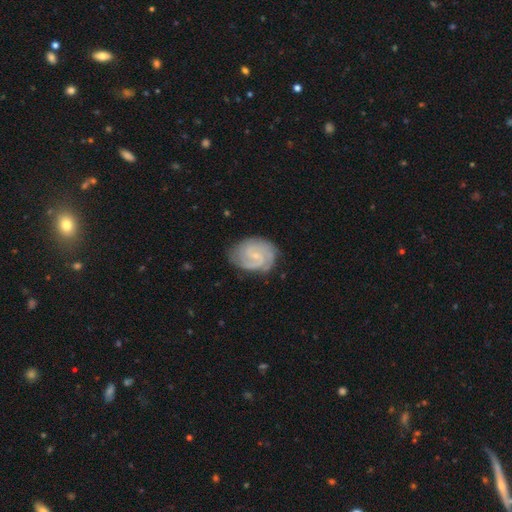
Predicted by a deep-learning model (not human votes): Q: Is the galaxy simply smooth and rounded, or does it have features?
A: featured or disk — 87%.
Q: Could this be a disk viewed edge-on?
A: no — 98%.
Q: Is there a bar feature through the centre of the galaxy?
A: weak — 46%, tied with no.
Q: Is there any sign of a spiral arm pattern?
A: yes — 98%.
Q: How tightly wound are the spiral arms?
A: tight — 56%.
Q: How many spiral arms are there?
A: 2 — 53%.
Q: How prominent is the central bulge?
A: small — 78%.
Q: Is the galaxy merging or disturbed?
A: none — 76%.